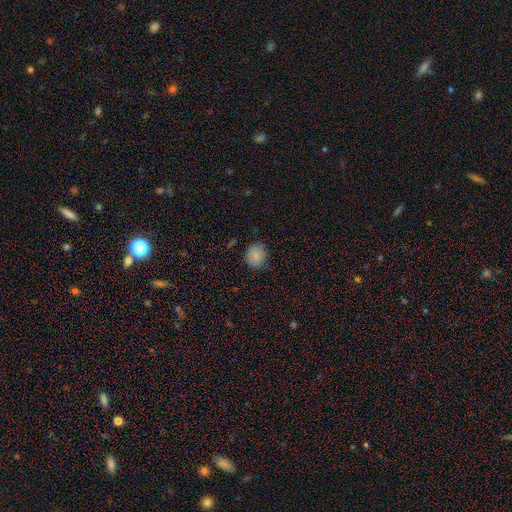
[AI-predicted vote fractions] smooth 84%, star or artifact 10%, featured or disk 6%. Down the decision tree: how rounded — round (78%); merging — none (82%).